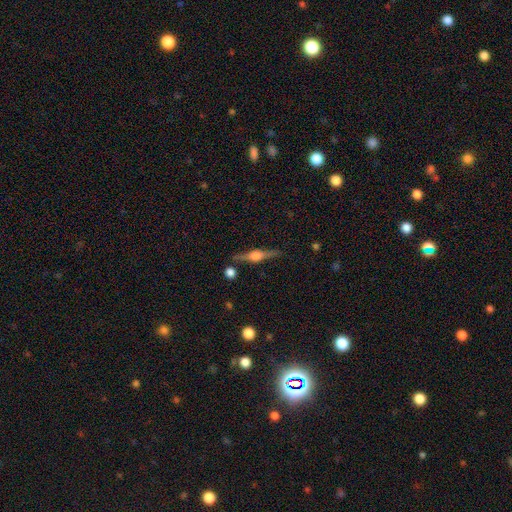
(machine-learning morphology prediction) A featured or disk galaxy (79%) viewed edge-on (97%) with a rounded central bulge (85%).

Vote fractions:
- Smooth or featured? featured or disk: 79% / smooth: 14% / star or artifact: 7%
- Edge-on disk? yes: 97% / no: 3%
- Edge-on bulge? rounded: 85% / boxy: 12% / none: 2%
- Merging? none: 84% / minor disturbance: 10% / merger: 4% / major disturbance: 3%